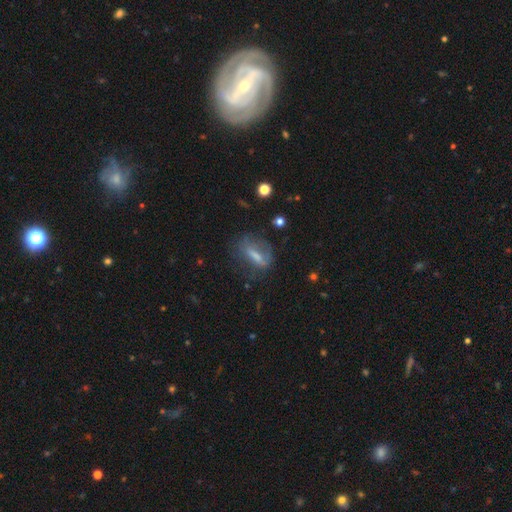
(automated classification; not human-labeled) A smooth galaxy with no disk features (44%).

Vote fractions:
- Smooth or featured? smooth: 44% / featured or disk: 43% / star or artifact: 14%
- Merging? none: 56% / minor disturbance: 23% / major disturbance: 18% / merger: 3%